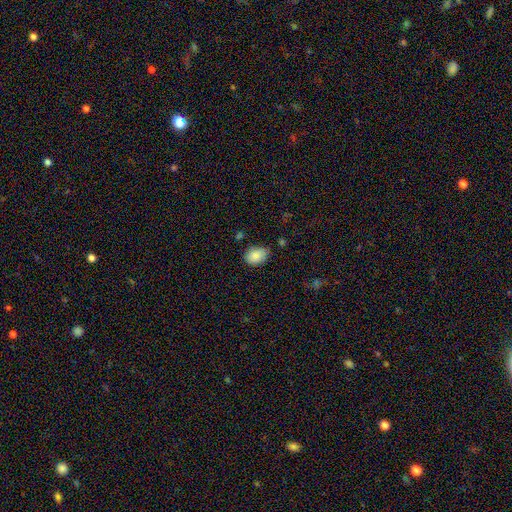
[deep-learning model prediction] Q: Smooth or featured?
A: smooth (87%); runner-up: star or artifact (8%)
Q: How rounded?
A: in between (75%); runner-up: round (24%)
Q: Merging?
A: none (73%); runner-up: minor disturbance (20%)